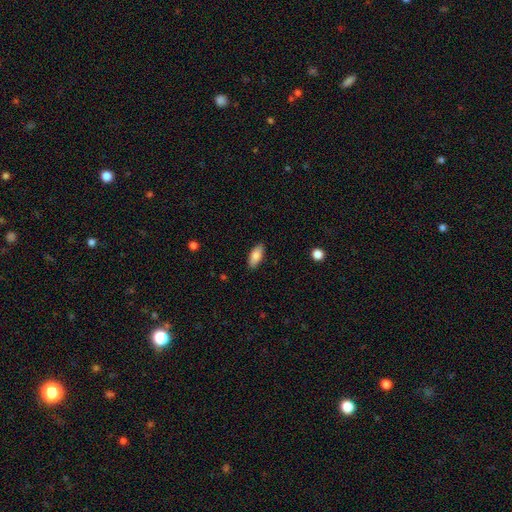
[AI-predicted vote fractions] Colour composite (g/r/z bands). It shows a smooth galaxy with no disk features (84%) that is in between round and cigar-shaped (86%). Merging: none (88%).